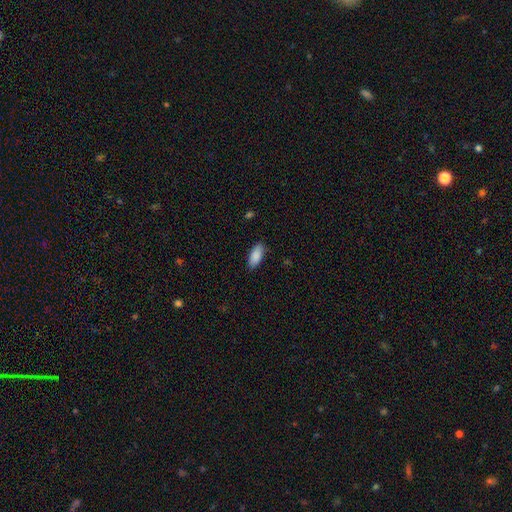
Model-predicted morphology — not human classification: A smooth galaxy with no disk features (89%) that is in between round and cigar-shaped (87%).

Vote fractions:
- Smooth or featured? smooth: 89% / star or artifact: 6% / featured or disk: 5%
- How rounded? in between: 87% / cigar-shaped: 12% / round: 2%
- Merging? none: 87% / minor disturbance: 10% / major disturbance: 2% / merger: 1%